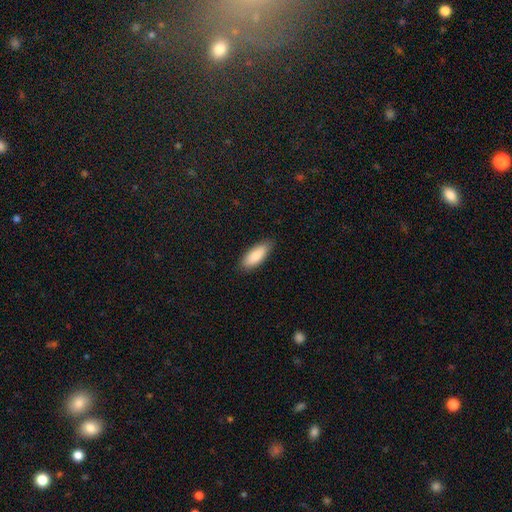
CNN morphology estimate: smooth 88%, featured or disk 6%, star or artifact 6%. Down the decision tree: how rounded — in between (74%); merging — none (85%).